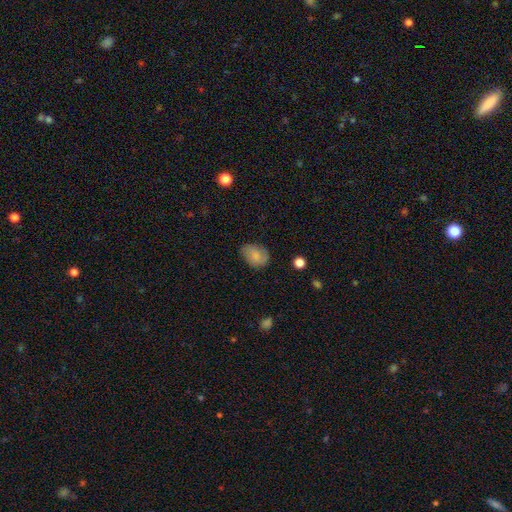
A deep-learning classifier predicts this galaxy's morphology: Smooth or featured: smooth — 75% (featured or disk — 17%)
How rounded: in between — 71% (round — 27%)
Merging: none — 72% (minor disturbance — 22%)